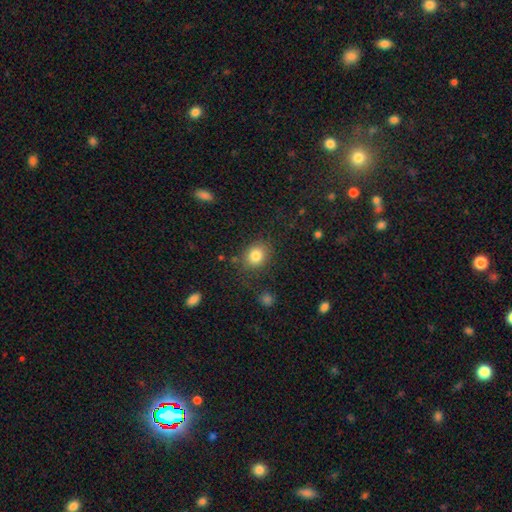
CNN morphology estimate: This is clearly a smooth galaxy (83%). How rounded: likely round (63%). Merging: likely none (79%).